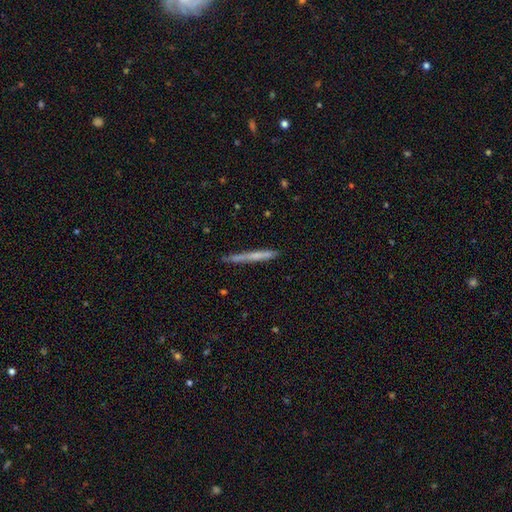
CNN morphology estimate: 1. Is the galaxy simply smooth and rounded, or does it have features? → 51% smooth, 42% featured or disk, 7% star or artifact.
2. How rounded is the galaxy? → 96% cigar-shaped, 2% in between, 2% round.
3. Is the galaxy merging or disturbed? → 86% none, 11% minor disturbance, 2% major disturbance, 2% merger.